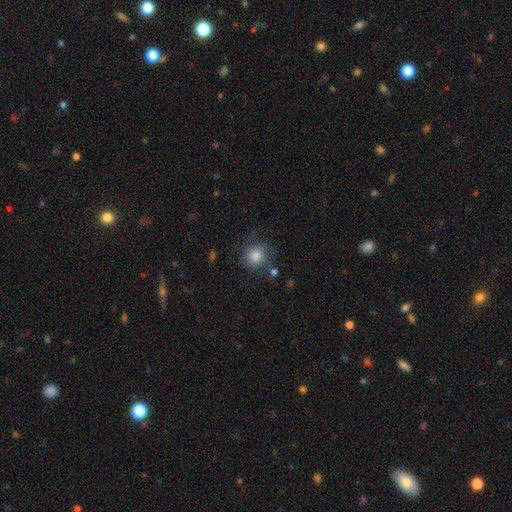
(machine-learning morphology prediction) smooth 79%, featured or disk 11%, star or artifact 9%. Down the decision tree: how rounded — round (83%); merging — none (67%).